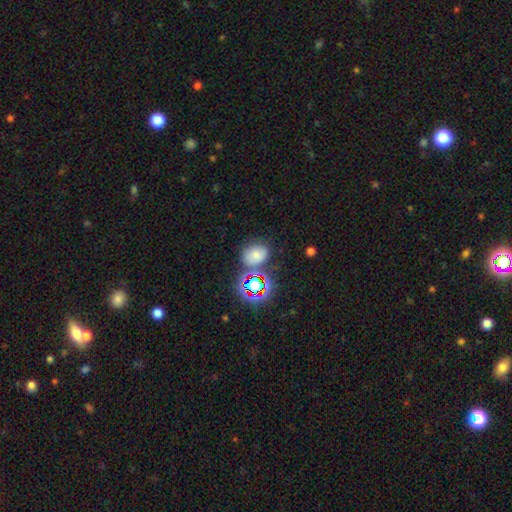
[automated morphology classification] Q: Smooth or featured?
A: smooth (62%); runner-up: star or artifact (27%)
Q: How rounded?
A: in between (60%); runner-up: round (39%)
Q: Merging?
A: none (63%); runner-up: minor disturbance (18%)